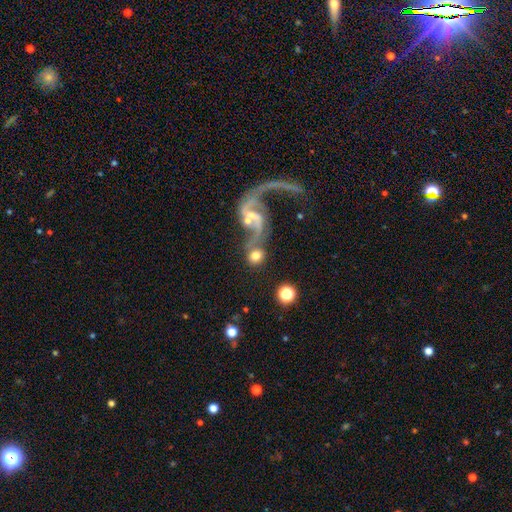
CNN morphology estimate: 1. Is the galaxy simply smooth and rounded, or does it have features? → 59% smooth, 30% featured or disk, 11% star or artifact.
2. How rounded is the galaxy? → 81% round, 17% in between, 2% cigar-shaped.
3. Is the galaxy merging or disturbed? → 51% none, 29% merger, 11% minor disturbance, 9% major disturbance.